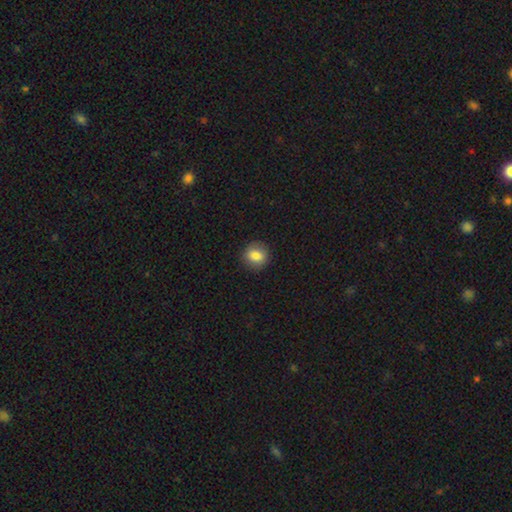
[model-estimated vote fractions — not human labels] The model was most divided on "how rounded": round: 82%, in between: 17%, cigar-shaped: 1%. More confident: merging — none (89%); smooth or featured — smooth (82%).